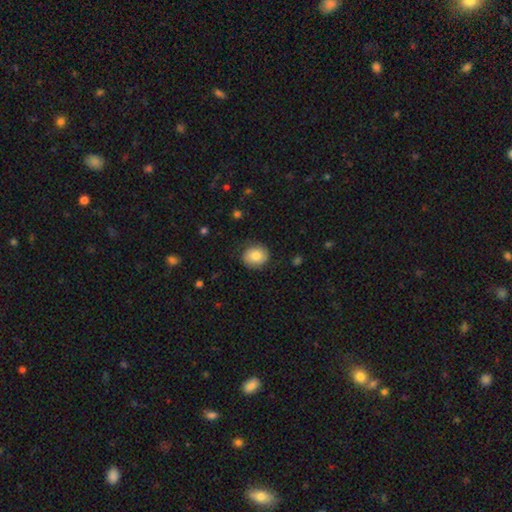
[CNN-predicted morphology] This is clearly a smooth galaxy (81%). How rounded: likely round (62%). Merging: clearly none (81%).